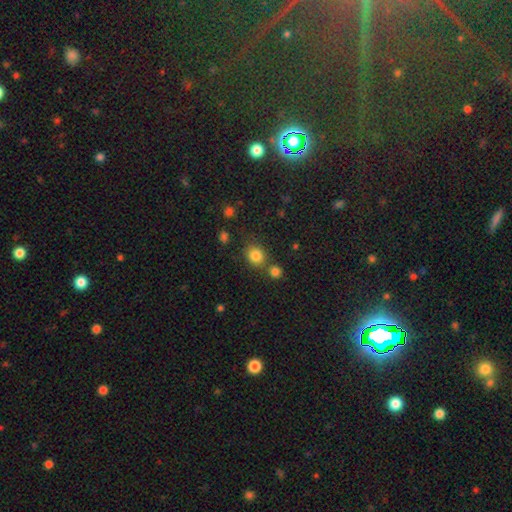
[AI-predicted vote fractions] A smooth galaxy with no disk features (83%) that is round (72%).

Vote fractions:
- Smooth or featured? smooth: 83% / star or artifact: 12% / featured or disk: 5%
- How rounded? round: 72% / in between: 27% / cigar-shaped: 1%
- Merging? none: 68% / merger: 18% / minor disturbance: 10% / major disturbance: 4%